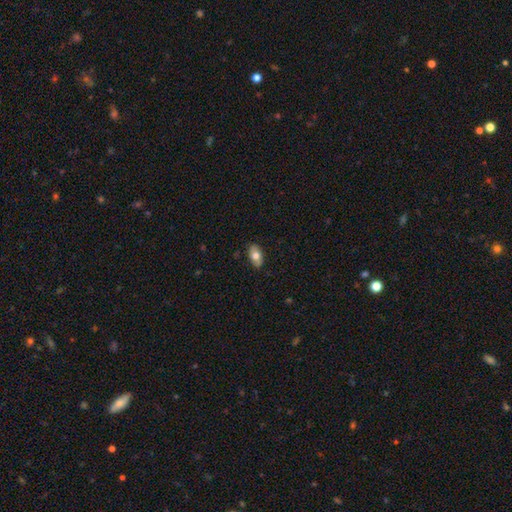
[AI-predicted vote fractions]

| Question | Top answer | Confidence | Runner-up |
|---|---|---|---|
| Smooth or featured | smooth | 73% | featured or disk (20%) |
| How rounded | in between | 92% | round (5%) |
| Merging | none | 86% | minor disturbance (11%) |